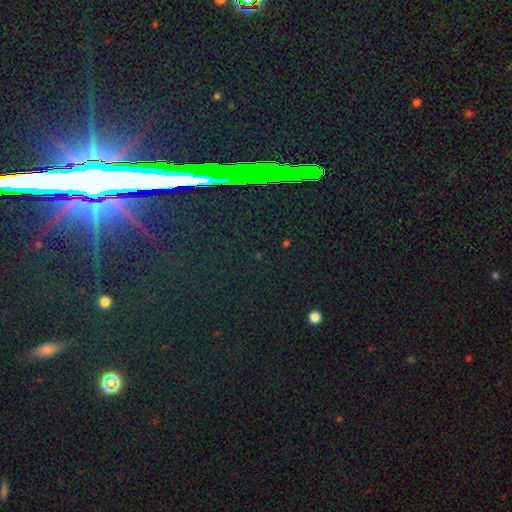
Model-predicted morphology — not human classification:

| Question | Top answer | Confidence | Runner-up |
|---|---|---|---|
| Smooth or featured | star or artifact | 83% | featured or disk (10%) |